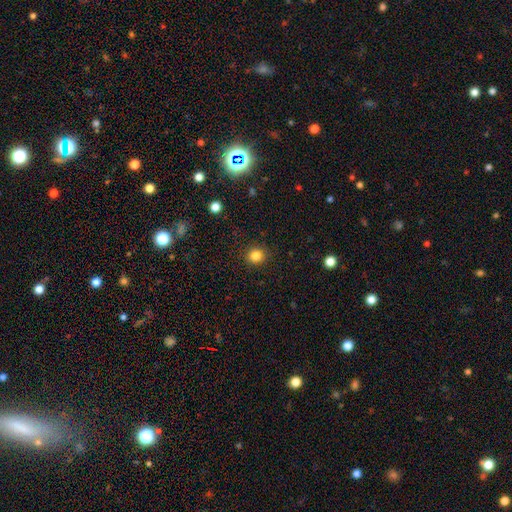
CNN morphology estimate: Smooth or featured?
  - smooth: 84% *
  - star or artifact: 12%
  - featured or disk: 5%
How rounded?
  - round: 87% *
  - in between: 12%
  - cigar-shaped: 1%
Merging?
  - none: 91% *
  - minor disturbance: 6%
  - major disturbance: 2%
  - merger: 1%